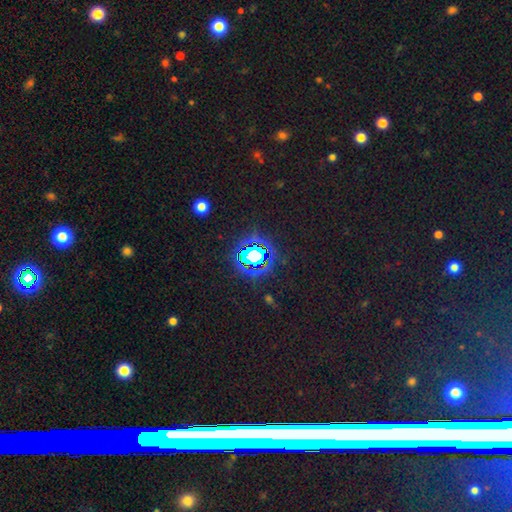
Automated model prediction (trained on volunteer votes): Smooth or featured? star or artifact (75%)